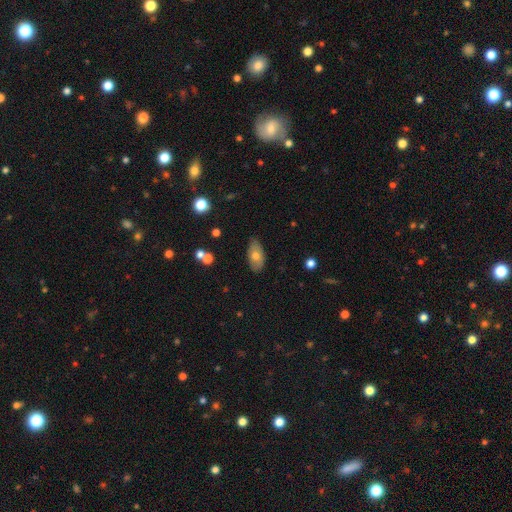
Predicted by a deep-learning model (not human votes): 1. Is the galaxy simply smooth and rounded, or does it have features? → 66% smooth, 26% featured or disk, 7% star or artifact.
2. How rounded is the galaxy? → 92% in between, 4% round, 3% cigar-shaped.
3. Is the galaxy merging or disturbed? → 80% none, 16% minor disturbance, 3% major disturbance, 2% merger.